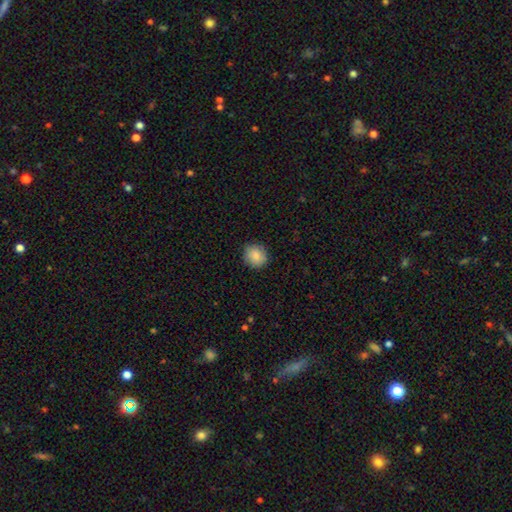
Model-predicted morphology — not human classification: A smooth galaxy with no disk features (86%) that is round (86%). Merging: none (87%).